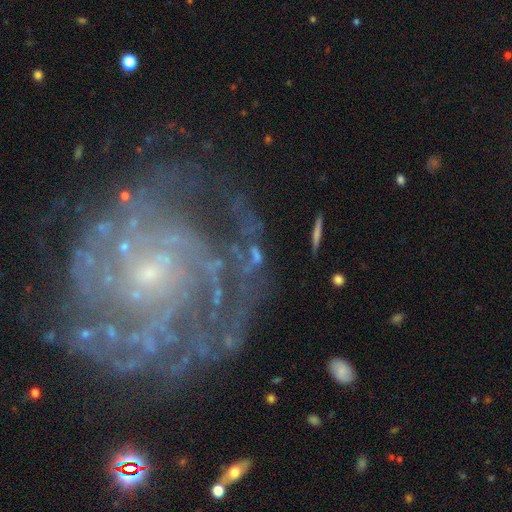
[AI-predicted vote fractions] Overall: featured or disk (59%; star or artifact 22%). Edge-on disk: no (80%). Merging: none (65%).